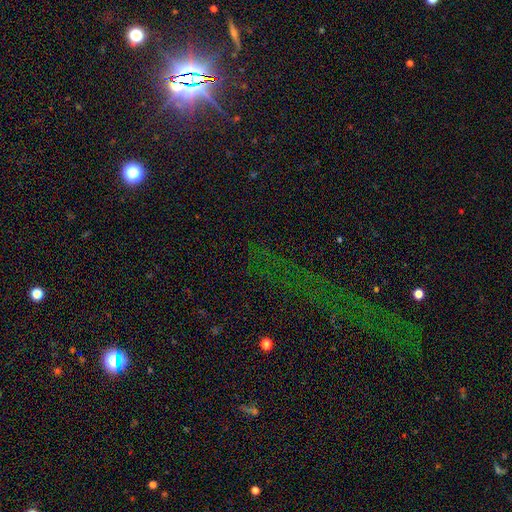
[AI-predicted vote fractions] smooth_or_featured: star or artifact (p=0.78) [alt: smooth p=0.12]